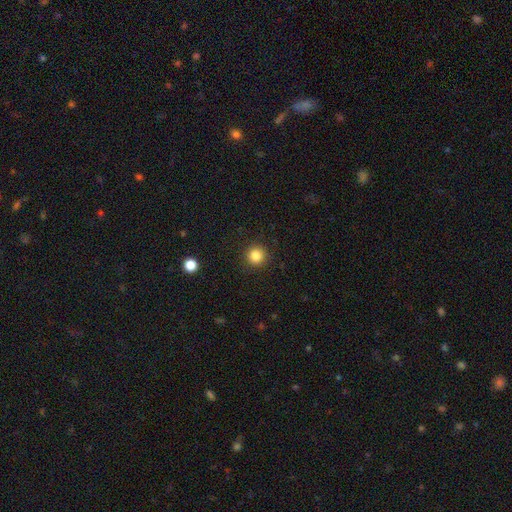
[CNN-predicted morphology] Smooth or featured: smooth — 84% (star or artifact — 12%)
How rounded: round — 95% (in between — 4%)
Merging: none — 91% (minor disturbance — 5%)